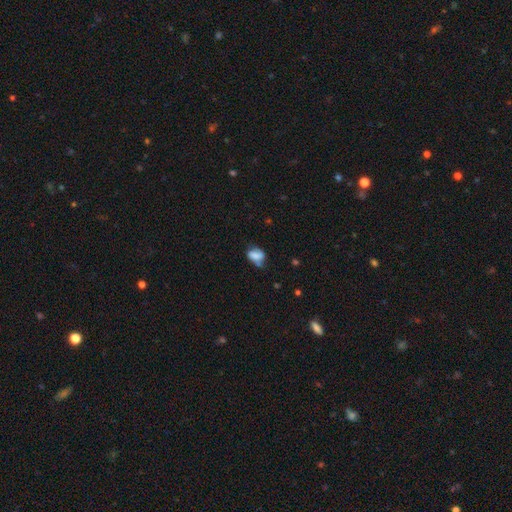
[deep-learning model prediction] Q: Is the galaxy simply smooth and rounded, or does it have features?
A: smooth — 62%.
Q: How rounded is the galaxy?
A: in between — 74%.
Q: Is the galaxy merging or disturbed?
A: none — 41%.